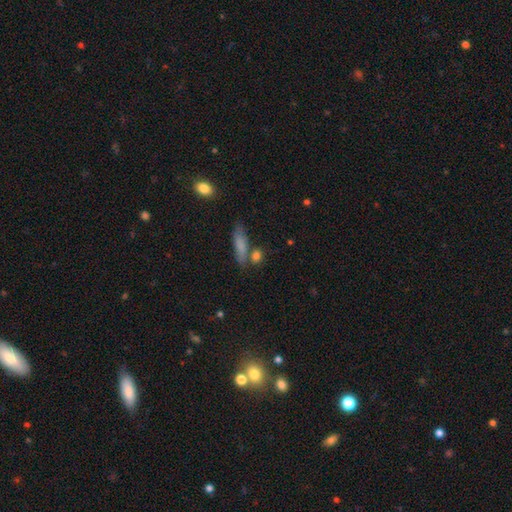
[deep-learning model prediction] smooth 75%, featured or disk 14%, star or artifact 11%. Down the decision tree: how rounded — cigar-shaped (45%); merging — none (64%).